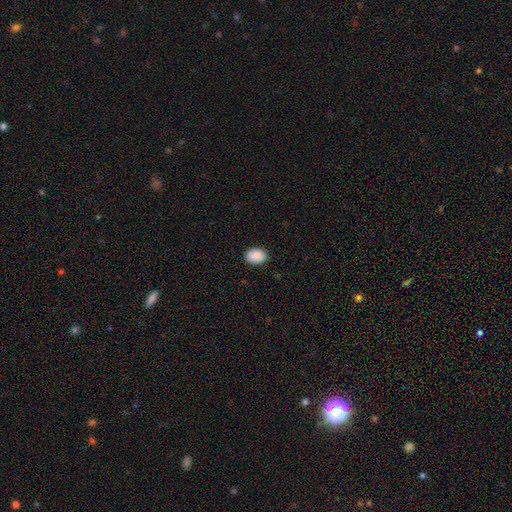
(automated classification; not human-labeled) Overall: smooth (90%). How rounded: in between (76%). Merging: none (88%).